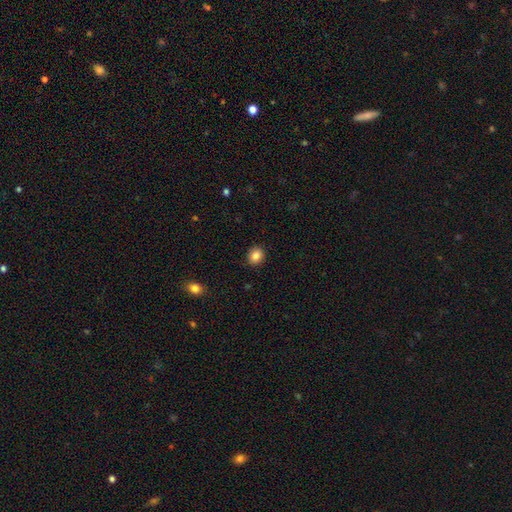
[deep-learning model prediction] A smooth galaxy with no disk features (86%) that is round (71%). Merging: none (90%).